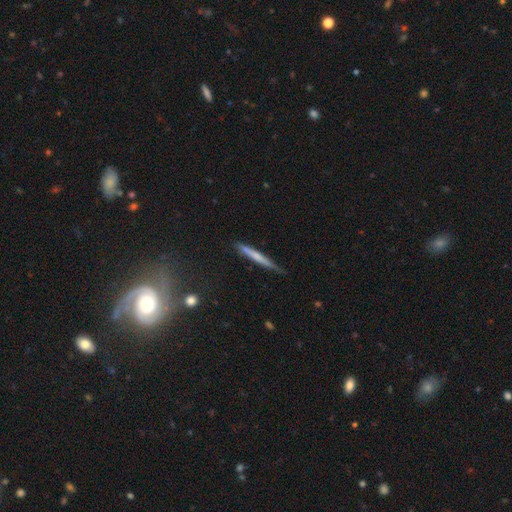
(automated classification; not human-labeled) Overall: smooth (56%; featured or disk 37%). How rounded: cigar-shaped (96%). Merging: none (76%).